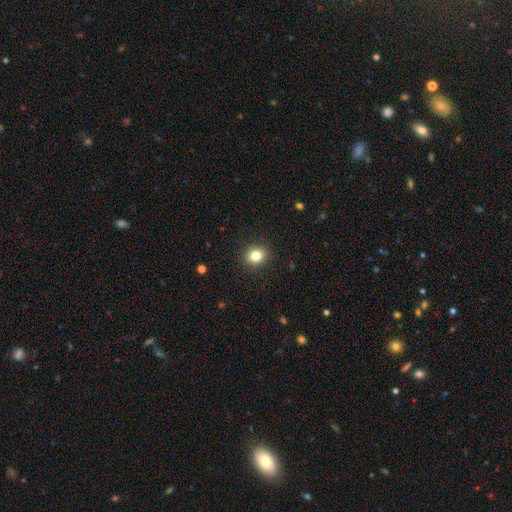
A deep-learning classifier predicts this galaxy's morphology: Smooth or featured?
  - smooth: 82% *
  - star or artifact: 11%
  - featured or disk: 7%
How rounded?
  - round: 62% *
  - in between: 37%
  - cigar-shaped: 1%
Merging?
  - none: 90% *
  - minor disturbance: 7%
  - major disturbance: 2%
  - merger: 1%